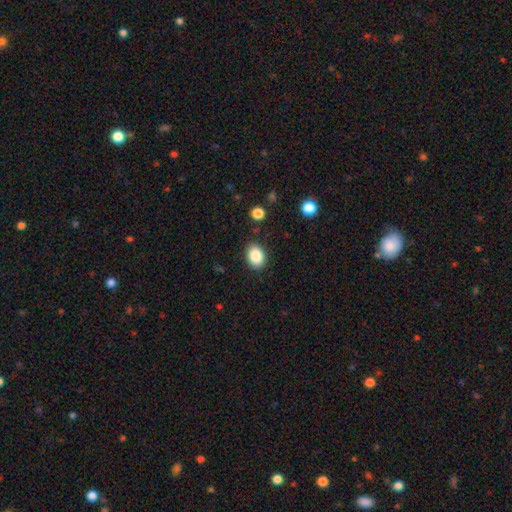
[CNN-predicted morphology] This appears to be a smooth galaxy with no disk features (87%) that is in between round and cigar-shaped (64%). Merging: none (85%).